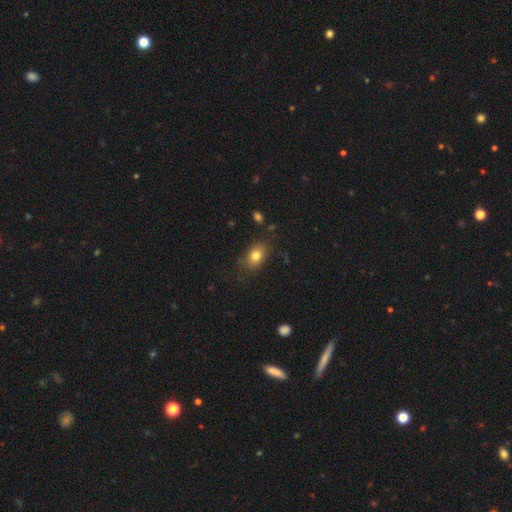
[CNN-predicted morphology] smooth-or-featured: smooth: 79% | featured or disk: 11% | star or artifact: 10%
  how-rounded: in between: 75% | round: 24% | cigar-shaped: 2%
  merging: none: 77% | minor disturbance: 16% | major disturbance: 5% | merger: 2%